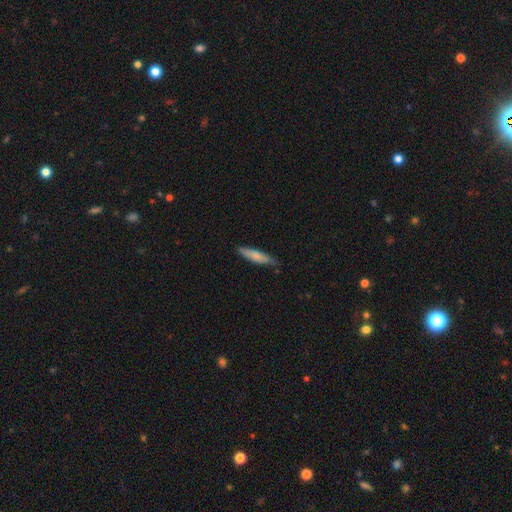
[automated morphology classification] Smooth or featured?
  - smooth: 76% *
  - featured or disk: 18%
  - star or artifact: 5%
How rounded?
  - cigar-shaped: 77% *
  - in between: 21%
  - round: 1%
Merging?
  - none: 78% *
  - minor disturbance: 18%
  - major disturbance: 2%
  - merger: 1%